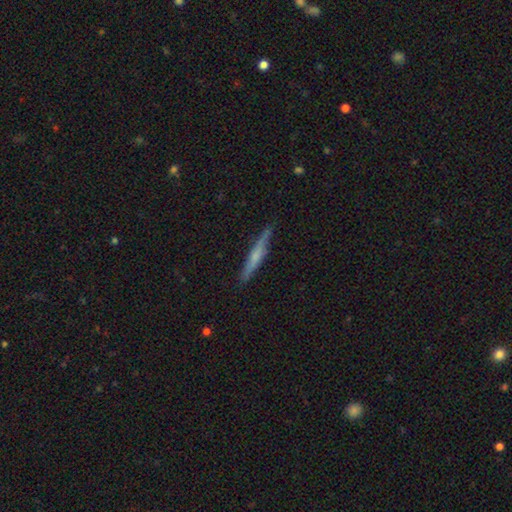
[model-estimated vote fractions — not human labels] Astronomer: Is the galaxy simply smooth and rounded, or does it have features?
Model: featured or disk — 52% (runner-up: smooth, 42%).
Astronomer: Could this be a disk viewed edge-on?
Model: yes — 97%.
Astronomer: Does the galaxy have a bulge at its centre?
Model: rounded — 49% (runner-up: none, 37%).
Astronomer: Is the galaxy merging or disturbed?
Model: none — 87%.